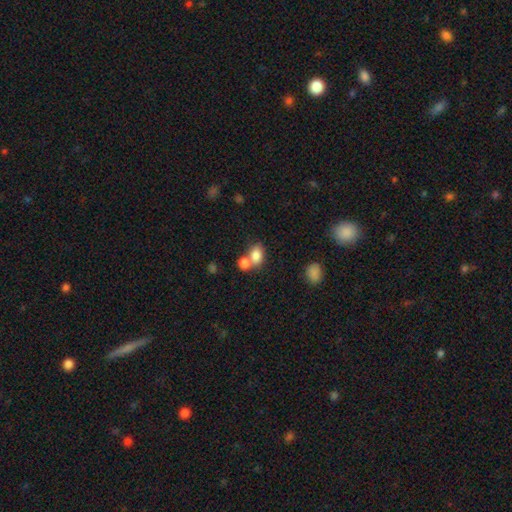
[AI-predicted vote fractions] Q: Smooth or featured?
A: smooth (82%); runner-up: featured or disk (9%)
Q: How rounded?
A: in between (72%); runner-up: round (26%)
Q: Merging?
A: merger (51%); runner-up: none (35%)